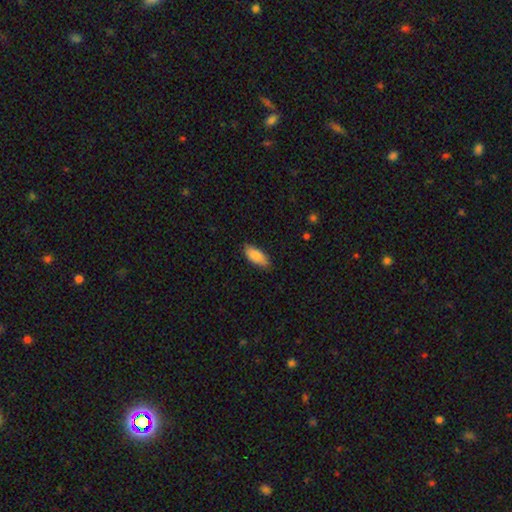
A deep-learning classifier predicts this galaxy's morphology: Smooth or featured: smooth — 85% (featured or disk — 9%)
How rounded: in between — 85% (cigar-shaped — 13%)
Merging: none — 80% (minor disturbance — 16%)